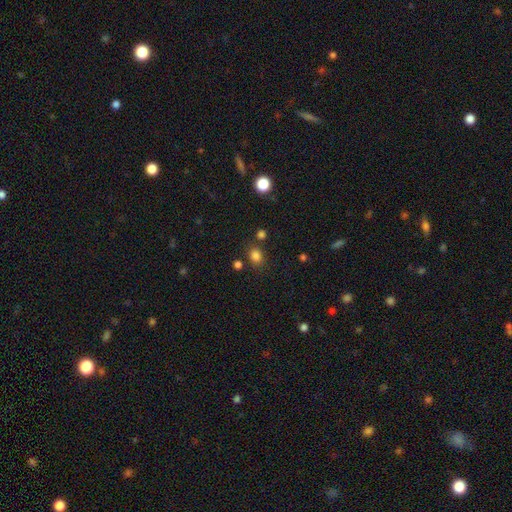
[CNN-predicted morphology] This is clearly a smooth galaxy (81%). How rounded: possibly round (50%). Merging: likely none (77%).